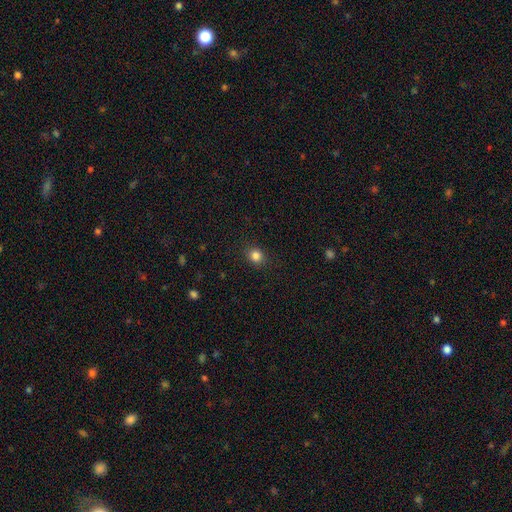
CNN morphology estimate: This is clearly a smooth galaxy (84%). How rounded: likely round (79%). Merging: clearly none (90%).